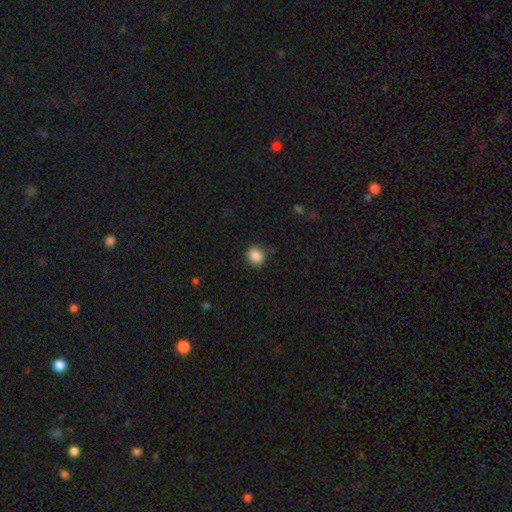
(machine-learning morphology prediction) Overall: smooth (87%). How rounded: round (77%). Merging: none (85%).